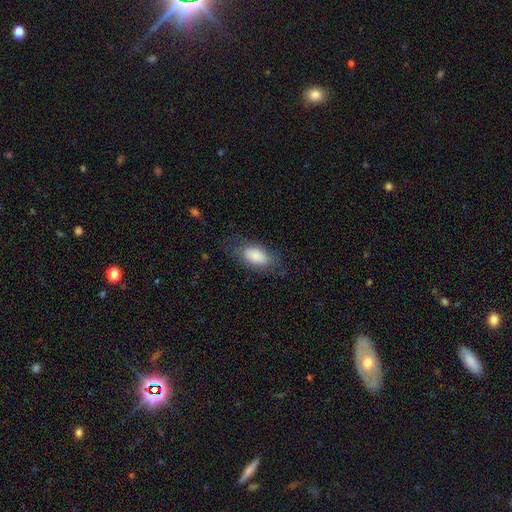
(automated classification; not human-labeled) smooth_or_featured: smooth (p=0.83) [alt: featured or disk p=0.11]
how_rounded: in between (p=0.92) [alt: round p=0.04]
merging: none (p=0.72) [alt: minor disturbance p=0.18]